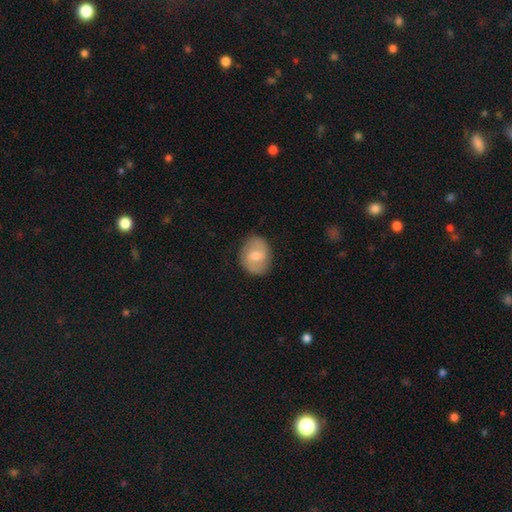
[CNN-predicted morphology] Smooth or featured? smooth (51%)
How rounded? round (50%)
Merging? none (81%)